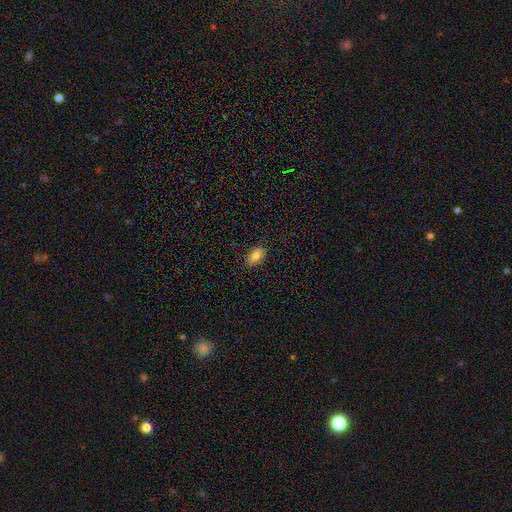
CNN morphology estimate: Smooth or featured?
  - smooth: 78% *
  - featured or disk: 13%
  - star or artifact: 9%
How rounded?
  - in between: 89% *
  - round: 8%
  - cigar-shaped: 3%
Merging?
  - none: 85% *
  - minor disturbance: 12%
  - major disturbance: 2%
  - merger: 1%